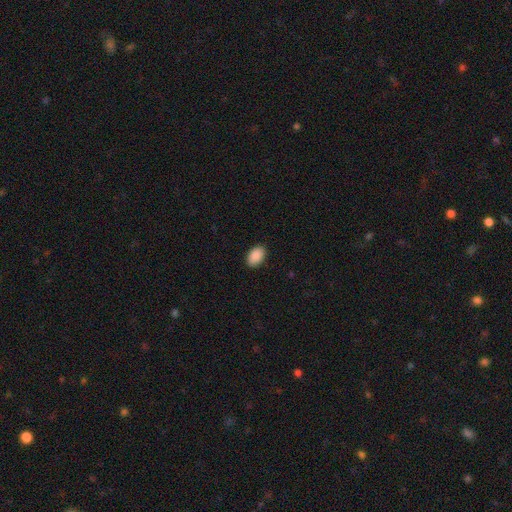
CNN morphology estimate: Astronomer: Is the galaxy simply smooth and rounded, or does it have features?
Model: smooth — 91%.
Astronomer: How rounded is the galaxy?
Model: in between — 92%.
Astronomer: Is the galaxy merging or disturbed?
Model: none — 90%.